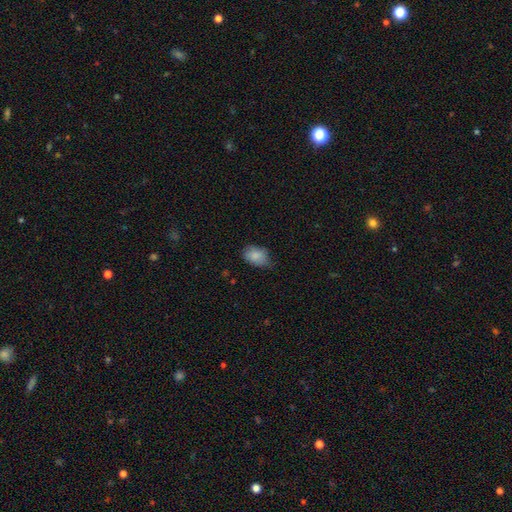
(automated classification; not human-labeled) Smooth or featured: smooth — 84% (featured or disk — 8%)
How rounded: in between — 80% (round — 18%)
Merging: none — 58% (minor disturbance — 34%)